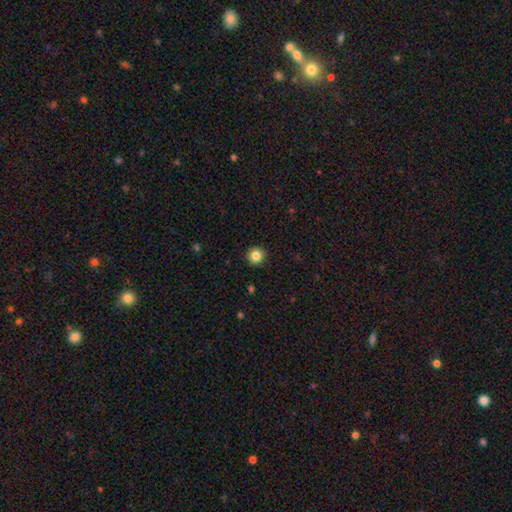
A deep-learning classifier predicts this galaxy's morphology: smooth 85%, star or artifact 10%, featured or disk 5%. Down the decision tree: how rounded — round (94%); merging — none (93%).